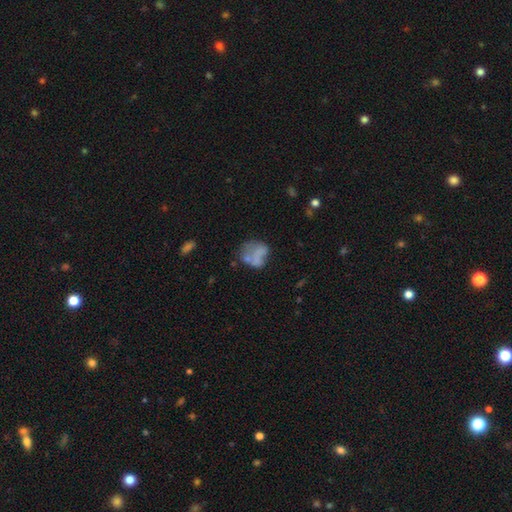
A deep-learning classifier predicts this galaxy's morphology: Smooth or featured? Predicted: smooth (p=0.58). How rounded? Predicted: round (p=0.59). Merging? Predicted: none (p=0.36).